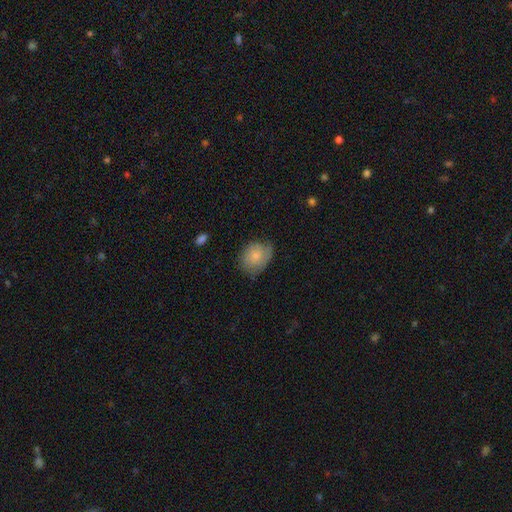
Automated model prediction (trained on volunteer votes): Smooth or featured? smooth (76%)
How rounded? in between (55%)
Merging? none (58%)